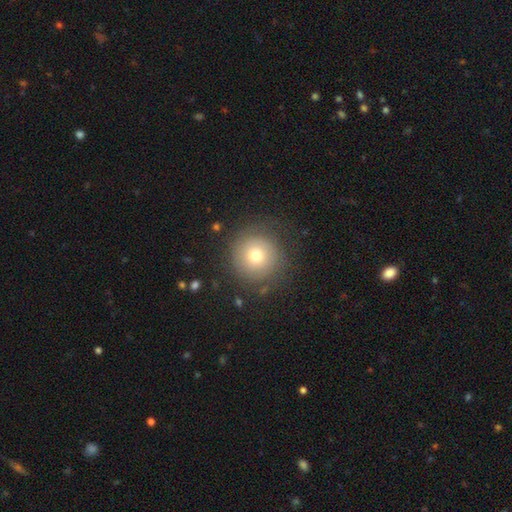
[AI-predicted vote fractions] This appears to be a smooth galaxy with no disk features (64%) that is round (95%). Merging: none (80%).